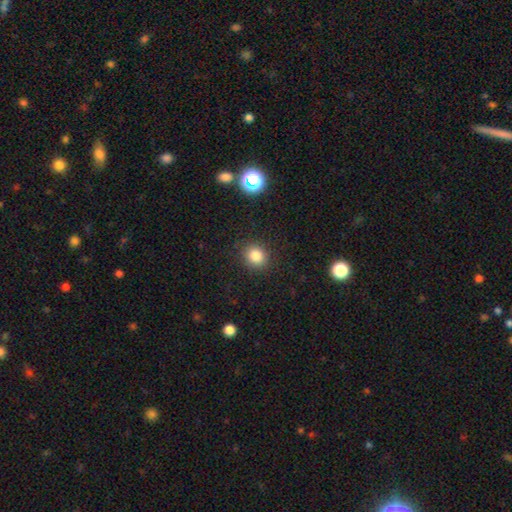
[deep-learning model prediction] This is clearly a smooth galaxy (82%). How rounded: likely round (78%). Merging: clearly none (89%).